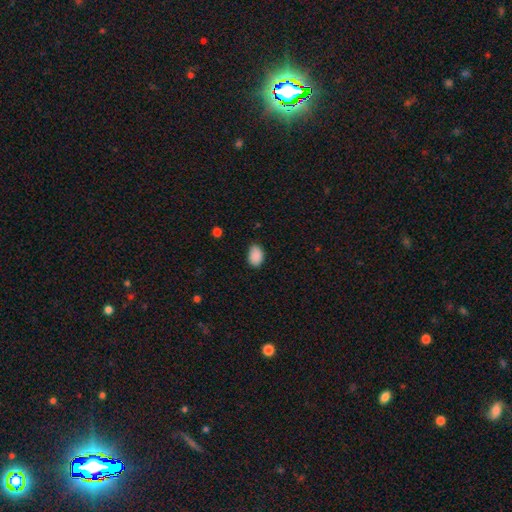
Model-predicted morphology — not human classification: Smooth or featured?
  - smooth: 89% *
  - star or artifact: 8%
  - featured or disk: 3%
How rounded?
  - in between: 86% *
  - round: 13%
  - cigar-shaped: 1%
Merging?
  - none: 79% *
  - minor disturbance: 17%
  - major disturbance: 3%
  - merger: 1%